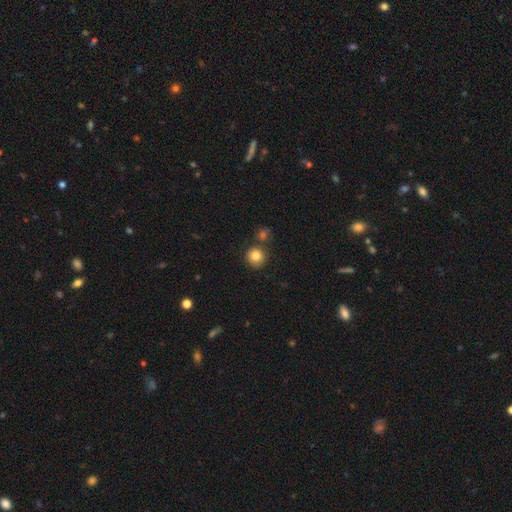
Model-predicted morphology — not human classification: Smooth or featured: smooth — 82% (star or artifact — 10%)
How rounded: round — 92% (in between — 7%)
Merging: none — 77% (merger — 11%)